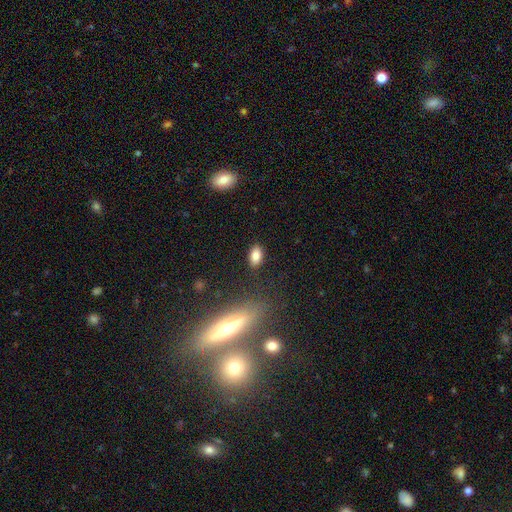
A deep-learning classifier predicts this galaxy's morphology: The model was most divided on "smooth or featured": smooth: 83%, star or artifact: 9%, featured or disk: 8%. More confident: how rounded — in between (89%); merging — none (86%).